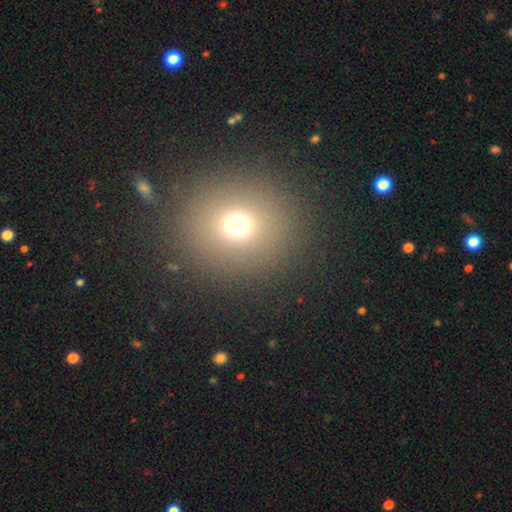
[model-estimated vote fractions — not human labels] Smooth or featured? smooth (65%)
How rounded? round (85%)
Merging? none (90%)